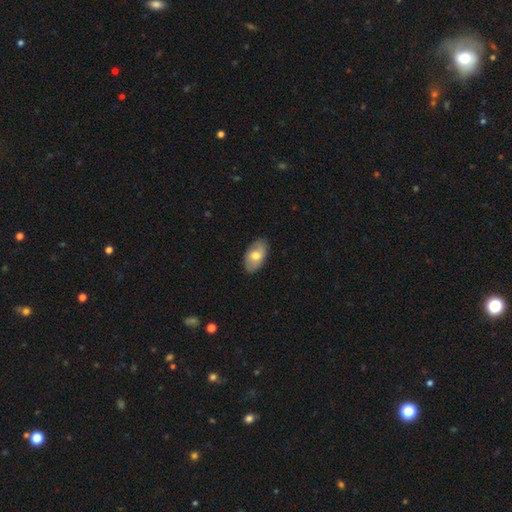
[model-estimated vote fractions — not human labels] This appears to be a smooth galaxy with no disk features (70%) that is in between round and cigar-shaped (94%). Merging: none (85%).